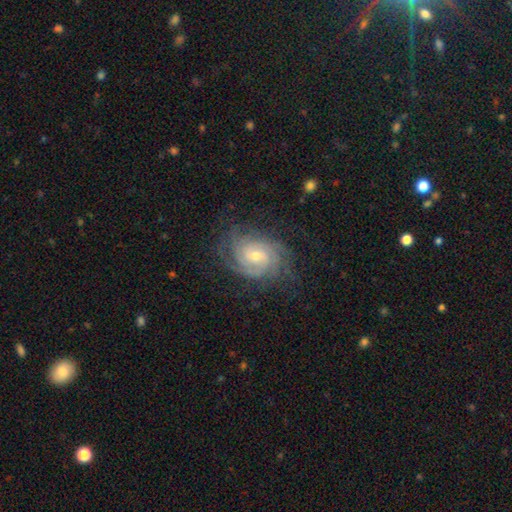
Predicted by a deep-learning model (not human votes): This is clearly a featured or disk galaxy (86%). It is clearly not viewed edge-on (97%). Bar: possibly no (56%). Spiral arm pattern: clearly yes (98%). Spiral arm count: marginally can't tell (28%). Spiral winding: likely tight (73%). Central bulge: possibly small (54%). Merging: likely none (75%).